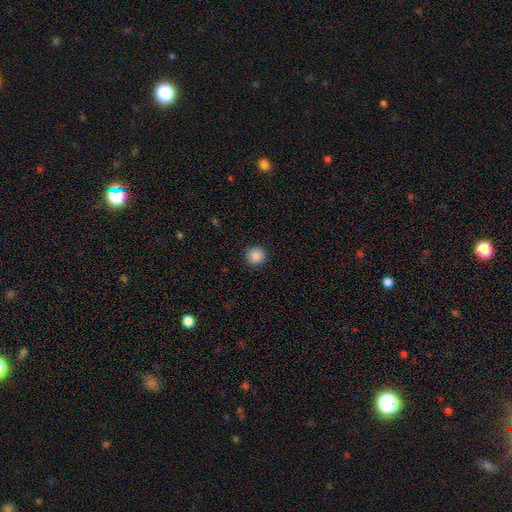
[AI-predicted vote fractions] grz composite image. It shows a smooth galaxy with no disk features (88%) that is round (95%). Merging: none (91%).